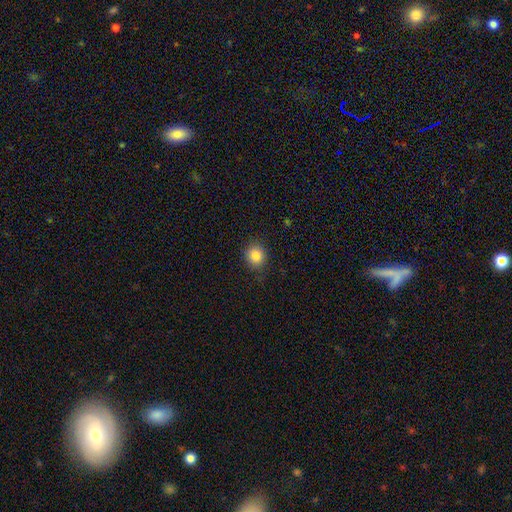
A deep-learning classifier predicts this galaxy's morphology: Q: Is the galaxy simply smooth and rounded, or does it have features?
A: smooth — 84%.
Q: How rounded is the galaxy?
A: round — 83%.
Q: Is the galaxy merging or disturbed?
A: none — 86%.